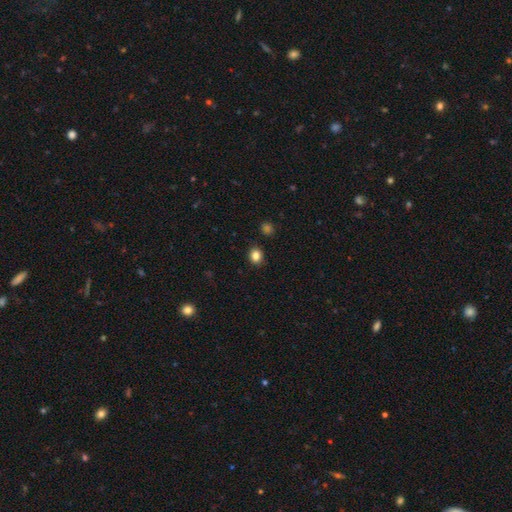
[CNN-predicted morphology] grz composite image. It shows a smooth galaxy with no disk features (85%) that is round (66%). Merging: none (89%).